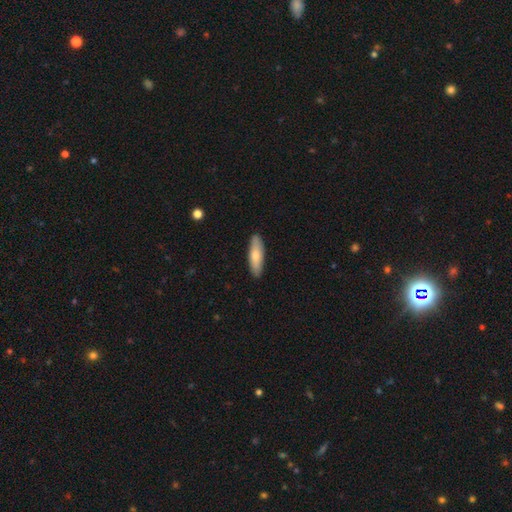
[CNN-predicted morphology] type=smooth (73%); roundness=cigar-shaped (59%); merging=none (89%).